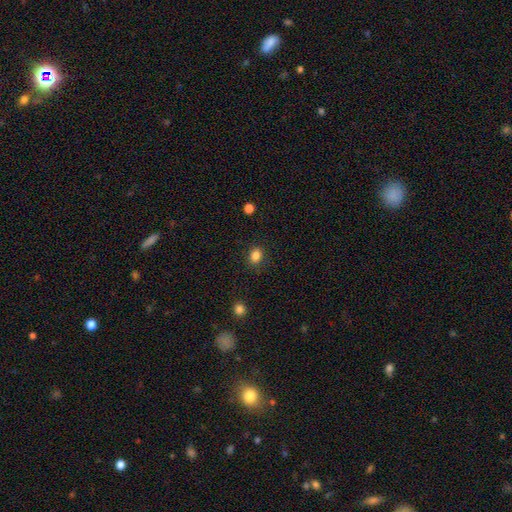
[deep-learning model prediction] Smooth or featured? Predicted: smooth (p=0.84). How rounded? Predicted: in between (p=0.53). Merging? Predicted: none (p=0.86).